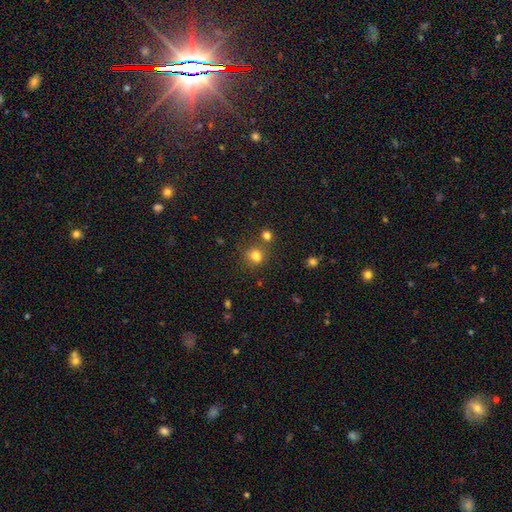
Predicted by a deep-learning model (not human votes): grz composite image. It shows a smooth galaxy with no disk features (79%) that is round (80%). Merging: none (68%).